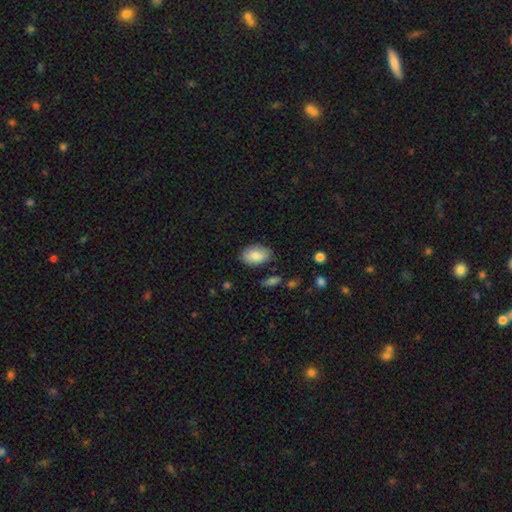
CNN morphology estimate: Smooth or featured? Predicted: smooth (p=0.87). How rounded? Predicted: in between (p=0.90). Merging? Predicted: none (p=0.82).